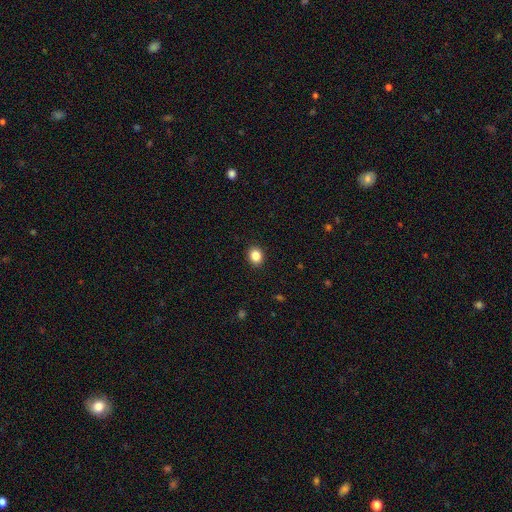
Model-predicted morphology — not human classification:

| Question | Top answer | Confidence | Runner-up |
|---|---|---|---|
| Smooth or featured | smooth | 86% | star or artifact (10%) |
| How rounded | round | 63% | in between (36%) |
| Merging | none | 91% | minor disturbance (6%) |